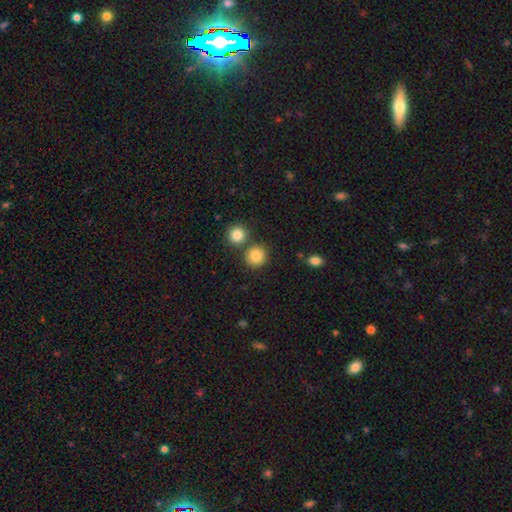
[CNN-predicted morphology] Smooth or featured? Predicted: smooth (p=0.84). How rounded? Predicted: round (p=0.90). Merging? Predicted: none (p=0.76).